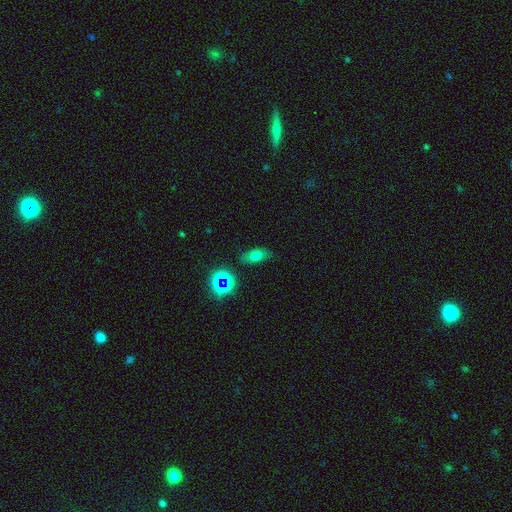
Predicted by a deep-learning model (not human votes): This is likely a smooth galaxy (68%). How rounded: clearly in between (80%). Merging: clearly none (81%).